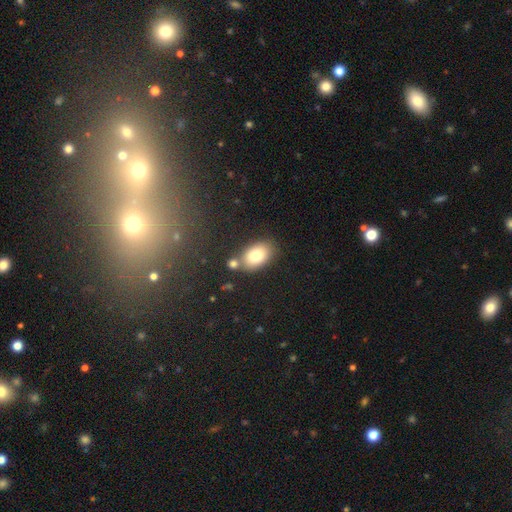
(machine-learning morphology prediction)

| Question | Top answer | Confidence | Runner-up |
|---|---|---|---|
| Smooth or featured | smooth | 82% | featured or disk (10%) |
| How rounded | in between | 88% | round (11%) |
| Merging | none | 71% | merger (13%) |